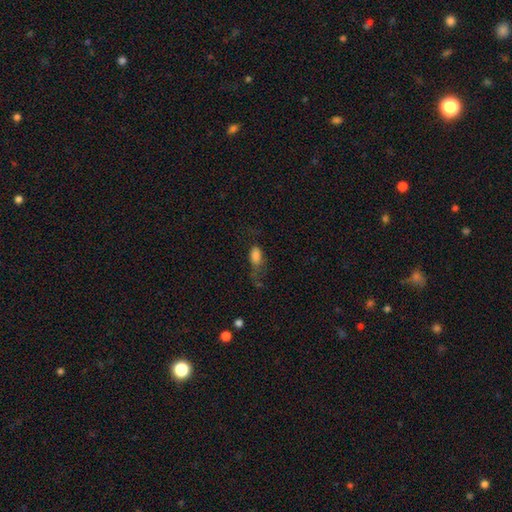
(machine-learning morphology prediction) A smooth galaxy with no disk features (77%) that is in between round and cigar-shaped (86%). Merging: major disturbance (40%).